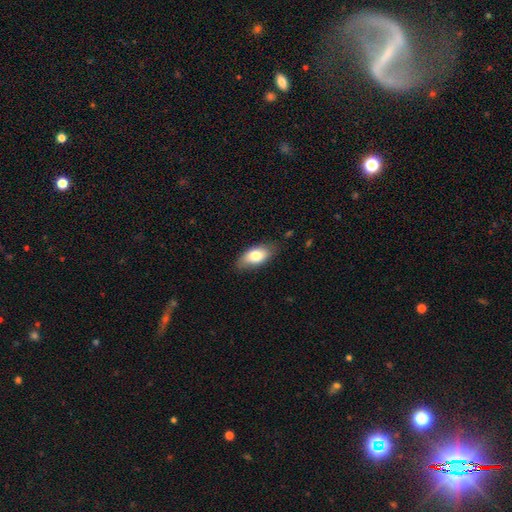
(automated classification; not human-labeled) The model was most divided on "merging": none: 76%, minor disturbance: 19%, major disturbance: 3%, merger: 1%. More confident: how rounded — in between (90%); smooth or featured — smooth (76%).